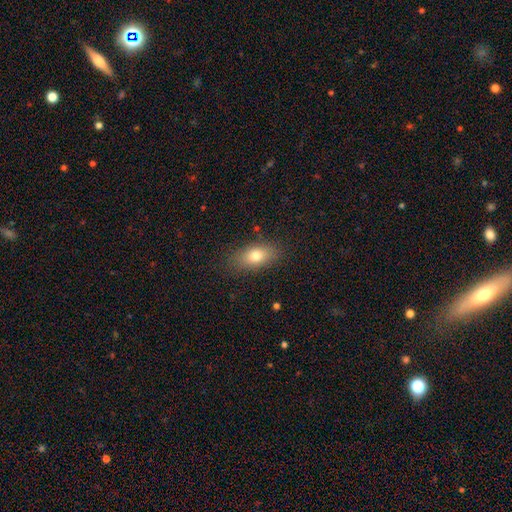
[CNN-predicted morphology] Smooth or featured? smooth (77%)
How rounded? in between (85%)
Merging? none (84%)